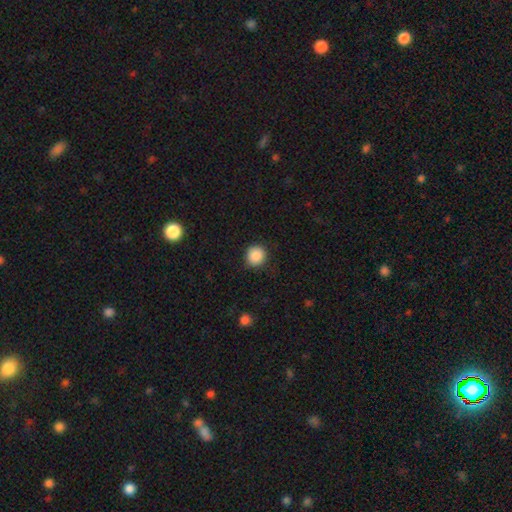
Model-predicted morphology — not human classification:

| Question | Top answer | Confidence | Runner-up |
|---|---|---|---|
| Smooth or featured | smooth | 88% | star or artifact (9%) |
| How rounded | round | 91% | in between (8%) |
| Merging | none | 88% | minor disturbance (8%) |